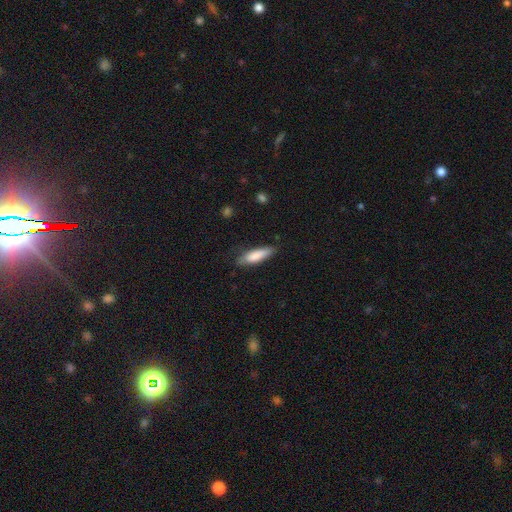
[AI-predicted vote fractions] Morphology: type=smooth (82%); roundness=cigar-shaped (58%); merging=none (73%).